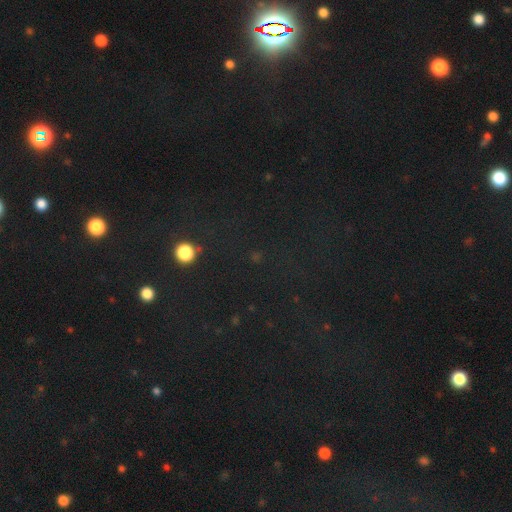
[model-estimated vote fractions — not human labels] Smooth or featured?
  - star or artifact: 77% *
  - smooth: 16%
  - featured or disk: 7%